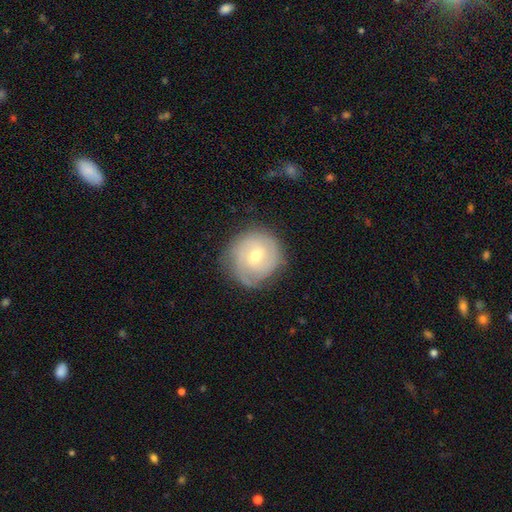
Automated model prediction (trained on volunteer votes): Smooth or featured: featured or disk — 66% (smooth — 27%)
Edge-on disk: no — 97% (yes — 3%)
Bar: no — 54% (weak — 39%)
Spiral arms: yes — 87% (no — 13%)
Spiral winding: tight — 65% (medium — 27%)
Spiral arm count: 2 — 34% (can't tell — 33%)
Bulge size: moderate — 58% (small — 38%)
Merging: none — 75% (minor disturbance — 18%)